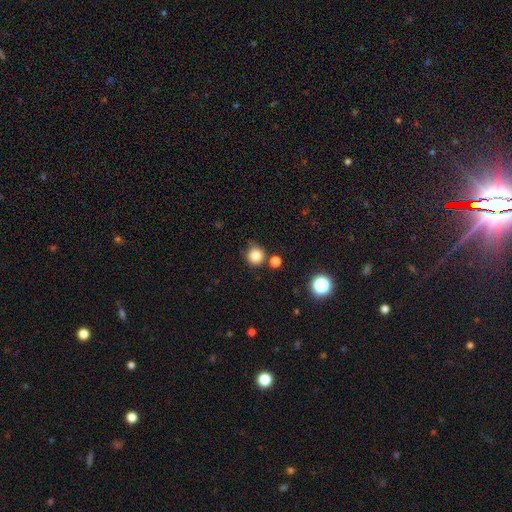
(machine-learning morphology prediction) smooth-or-featured: smooth: 83% | star or artifact: 12% | featured or disk: 5%
  how-rounded: round: 93% | in between: 6% | cigar-shaped: 1%
  merging: none: 79% | minor disturbance: 11% | merger: 8% | major disturbance: 3%